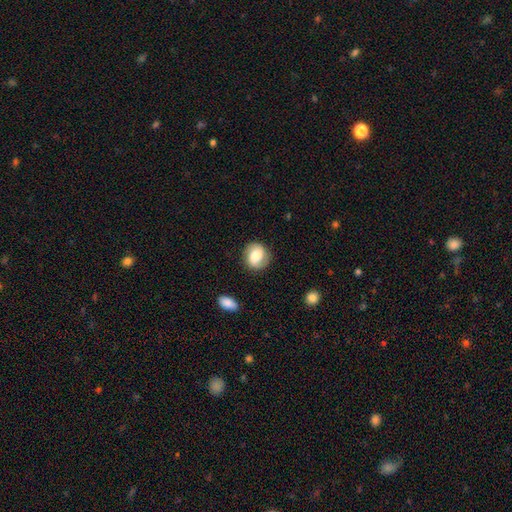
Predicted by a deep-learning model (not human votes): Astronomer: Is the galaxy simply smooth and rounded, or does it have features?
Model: smooth — 54% (runner-up: featured or disk, 37%).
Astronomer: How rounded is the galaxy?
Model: round — 72%.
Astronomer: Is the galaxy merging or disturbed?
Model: none — 80%.